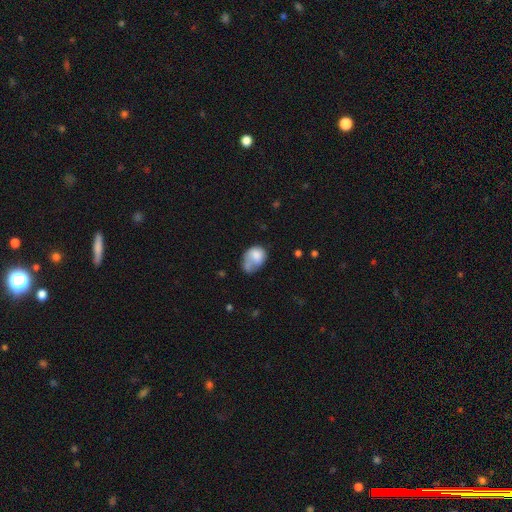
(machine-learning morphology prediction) smooth_or_featured: smooth (p=0.71) [alt: featured or disk p=0.21]
how_rounded: in between (p=0.70) [alt: round p=0.29]
merging: major disturbance (p=0.30) [alt: minor disturbance p=0.28]